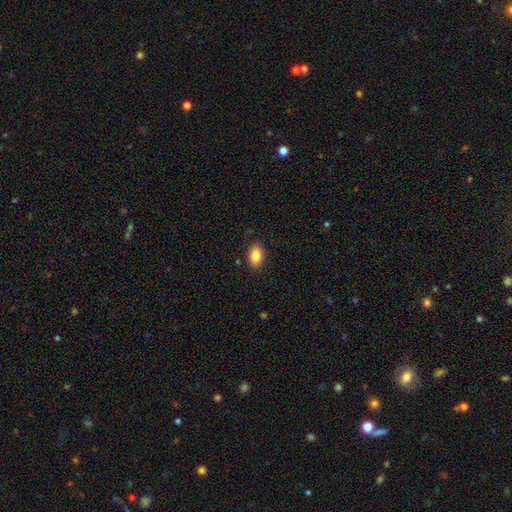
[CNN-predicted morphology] smooth-or-featured: smooth: 85% | star or artifact: 8% | featured or disk: 7%
  how-rounded: in between: 86% | round: 12% | cigar-shaped: 1%
  merging: none: 87% | minor disturbance: 10% | major disturbance: 2% | merger: 1%